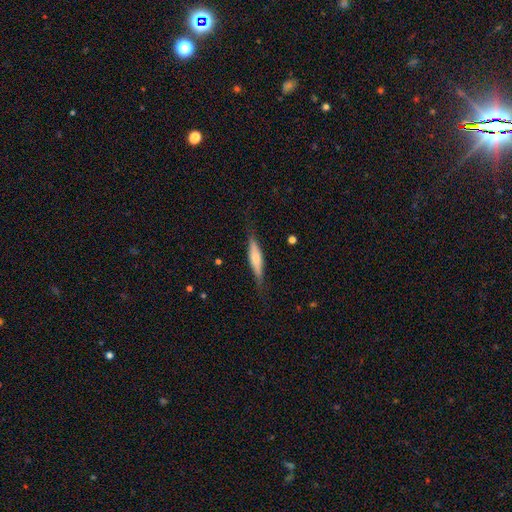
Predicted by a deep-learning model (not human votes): Smooth or featured?
  - featured or disk: 55% *
  - smooth: 38%
  - star or artifact: 7%
Edge-on disk?
  - yes: 92% *
  - no: 8%
Edge-on bulge?
  - rounded: 72% *
  - boxy: 15%
  - none: 14%
Merging?
  - none: 80% *
  - minor disturbance: 15%
  - major disturbance: 4%
  - merger: 1%